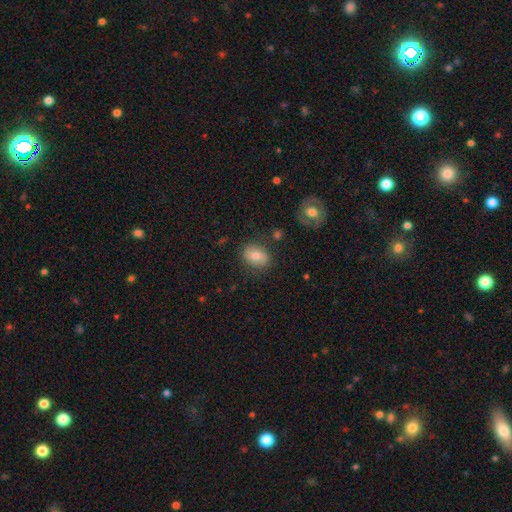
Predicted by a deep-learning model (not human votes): smooth 71%, featured or disk 20%, star or artifact 10%. Down the decision tree: how rounded — in between (65%); merging — none (80%).